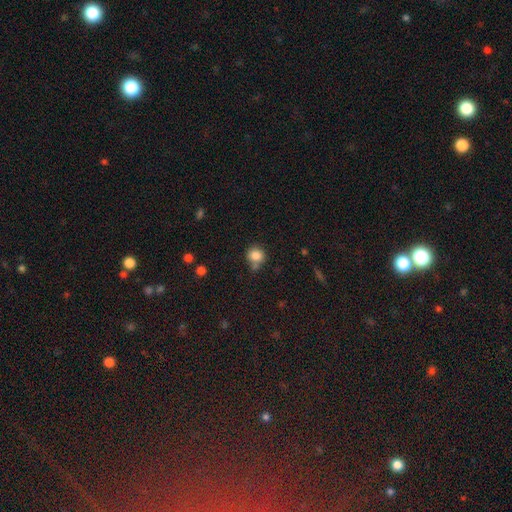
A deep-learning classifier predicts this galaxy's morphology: Q: Smooth or featured?
A: smooth (84%); runner-up: star or artifact (10%)
Q: How rounded?
A: round (84%); runner-up: in between (15%)
Q: Merging?
A: none (63%); runner-up: merger (18%)